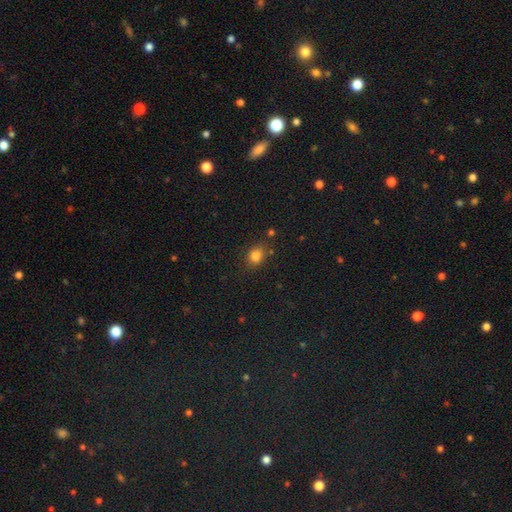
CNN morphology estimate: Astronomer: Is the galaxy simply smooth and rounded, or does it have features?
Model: smooth — 82%.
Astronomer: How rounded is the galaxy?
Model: round — 59% (runner-up: in between, 40%).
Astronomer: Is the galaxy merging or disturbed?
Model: none — 76%.